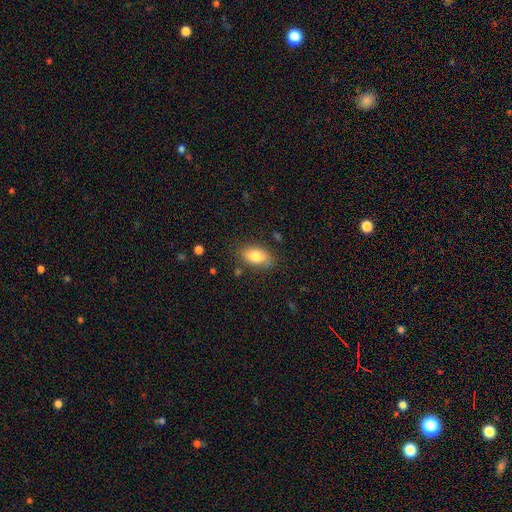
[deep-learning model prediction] Smooth or featured?
  - smooth: 80% *
  - featured or disk: 12%
  - star or artifact: 8%
How rounded?
  - in between: 90% *
  - round: 6%
  - cigar-shaped: 4%
Merging?
  - none: 81% *
  - minor disturbance: 14%
  - major disturbance: 3%
  - merger: 2%